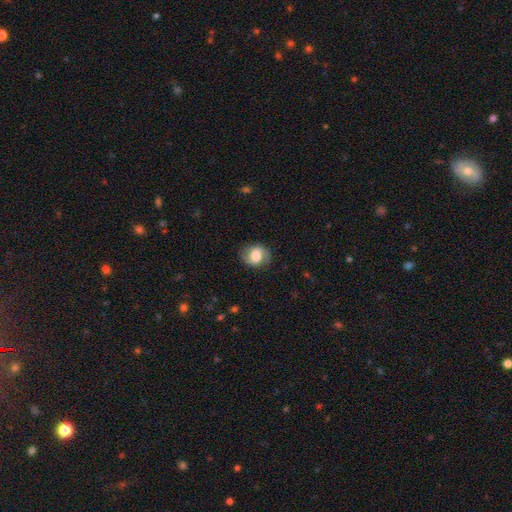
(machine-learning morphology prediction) type=smooth (52%); roundness=round (55%); merging=none (79%).